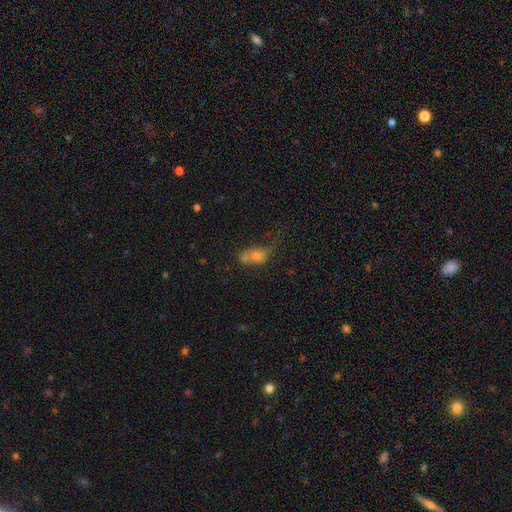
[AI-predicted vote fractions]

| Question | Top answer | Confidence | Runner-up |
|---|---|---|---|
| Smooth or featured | smooth | 62% | featured or disk (22%) |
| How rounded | in between | 64% | round (31%) |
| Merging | merger | 35% | none (28%) |